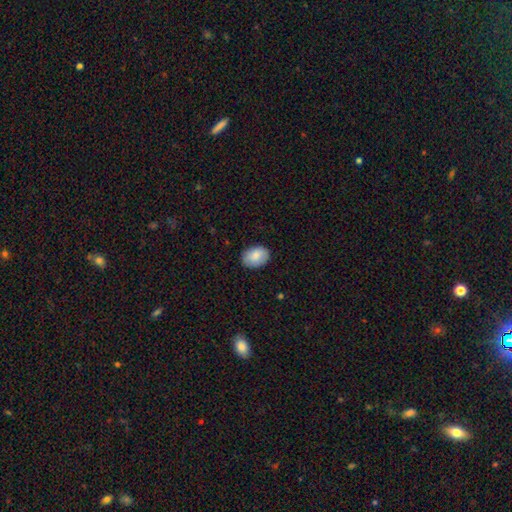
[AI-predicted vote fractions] smooth 85%, featured or disk 9%, star or artifact 6%. Down the decision tree: how rounded — in between (81%); merging — none (85%).